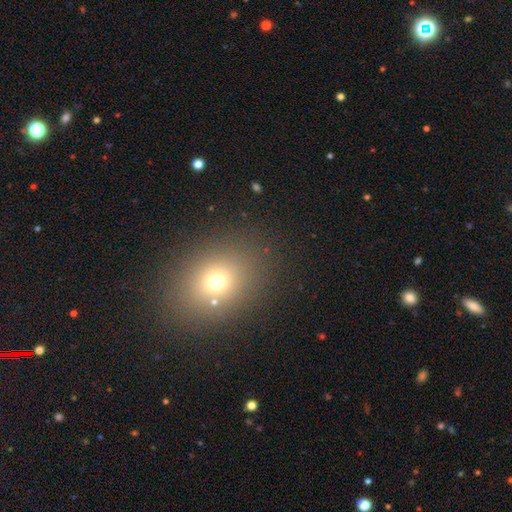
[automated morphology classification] smooth 62%, star or artifact 27%, featured or disk 11%. Down the decision tree: how rounded — round (50%); merging — none (86%).